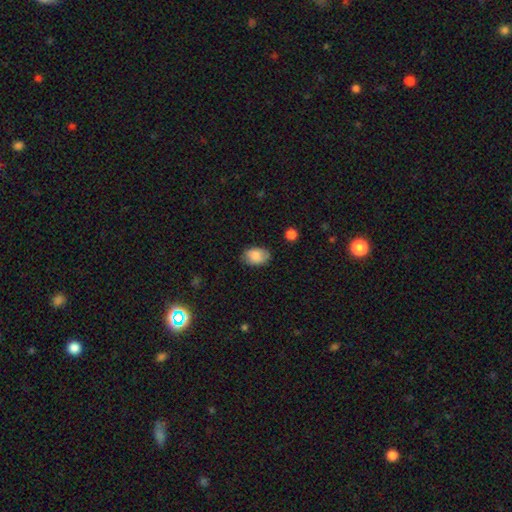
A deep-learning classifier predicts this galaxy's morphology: This appears to be a smooth galaxy with no disk features (84%) that is in between round and cigar-shaped (86%). Merging: none (76%).